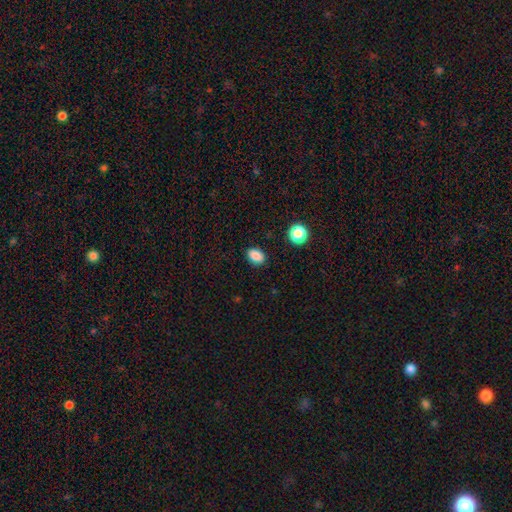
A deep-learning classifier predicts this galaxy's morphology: The model was most divided on "how rounded": in between: 77%, round: 22%, cigar-shaped: 1%. More confident: merging — none (87%); smooth or featured — smooth (85%).